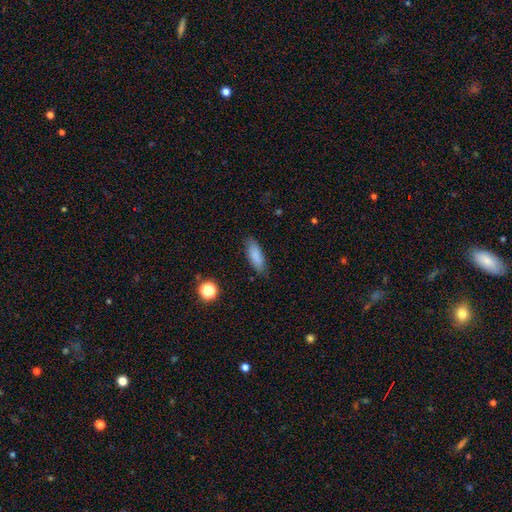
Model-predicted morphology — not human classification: A smooth galaxy with no disk features (84%) that is in between round and cigar-shaped (62%).

Vote fractions:
- Smooth or featured? smooth: 84% / featured or disk: 8% / star or artifact: 8%
- How rounded? in between: 62% / cigar-shaped: 36% / round: 2%
- Merging? none: 82% / minor disturbance: 14% / major disturbance: 3% / merger: 1%